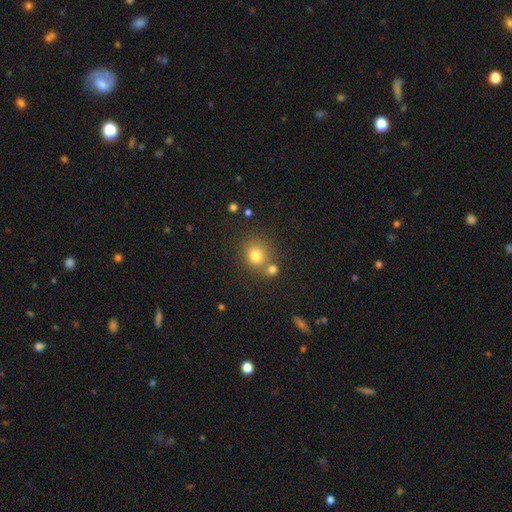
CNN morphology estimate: A smooth galaxy with no disk features (77%) that is round (80%).

Vote fractions:
- Smooth or featured? smooth: 77% / star or artifact: 14% / featured or disk: 9%
- How rounded? round: 80% / in between: 19% / cigar-shaped: 1%
- Merging? none: 60% / merger: 26% / minor disturbance: 10% / major disturbance: 4%